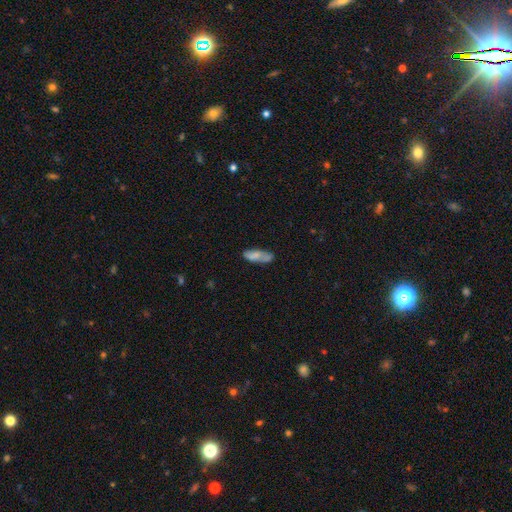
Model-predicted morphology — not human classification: Smooth or featured?
  - smooth: 70% *
  - featured or disk: 23%
  - star or artifact: 7%
How rounded?
  - in between: 64% *
  - cigar-shaped: 34%
  - round: 2%
Merging?
  - none: 66% *
  - minor disturbance: 23%
  - major disturbance: 6%
  - merger: 5%